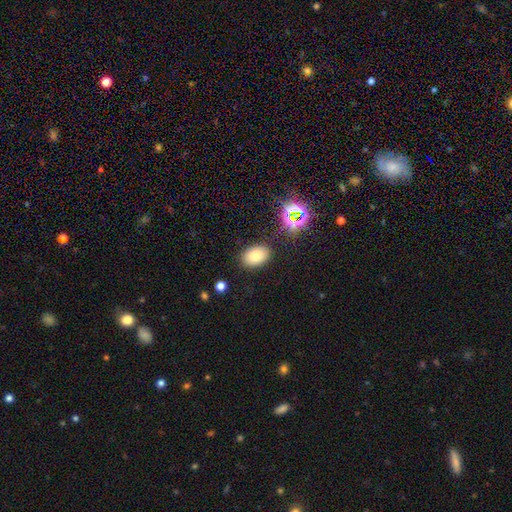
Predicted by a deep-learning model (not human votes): A smooth galaxy with no disk features (78%) that is in between round and cigar-shaped (86%). Merging: none (86%).